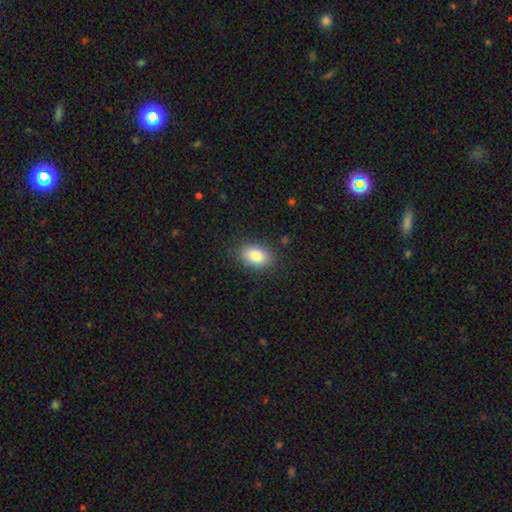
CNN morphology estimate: This is clearly a smooth galaxy (84%). How rounded: clearly in between (83%). Merging: clearly none (86%).